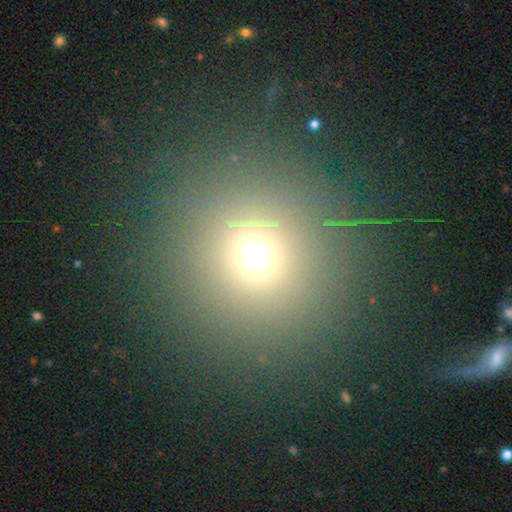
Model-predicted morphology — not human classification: The model was most divided on "smooth or featured": smooth: 67%, star or artifact: 25%, featured or disk: 9%. More confident: how rounded — round (95%); merging — none (89%).